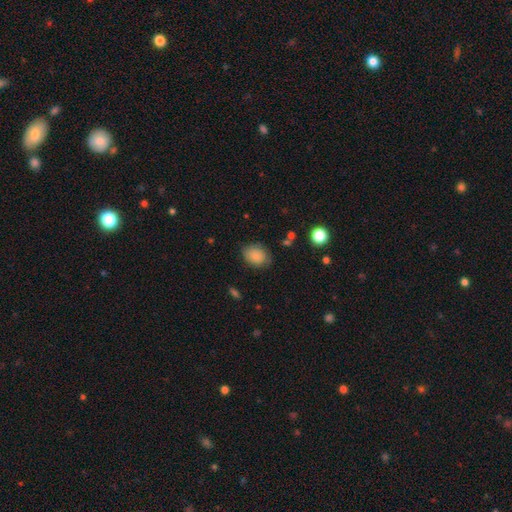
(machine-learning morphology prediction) Smooth or featured?
  - smooth: 80% *
  - featured or disk: 12%
  - star or artifact: 8%
How rounded?
  - in between: 61% *
  - round: 38%
  - cigar-shaped: 1%
Merging?
  - none: 71% *
  - minor disturbance: 22%
  - major disturbance: 5%
  - merger: 2%